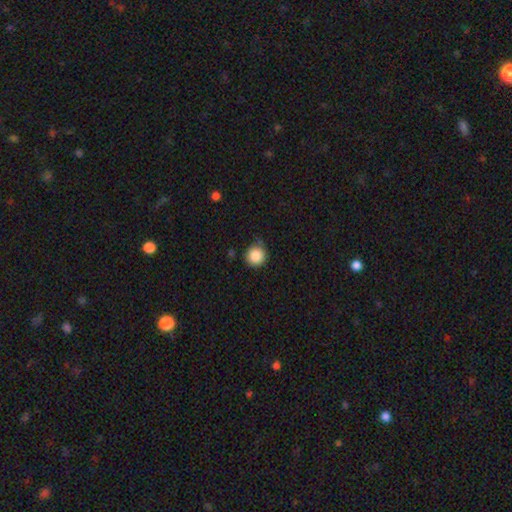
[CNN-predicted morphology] smooth-or-featured: smooth: 86% | star or artifact: 9% | featured or disk: 5%
  how-rounded: round: 95% | in between: 4% | cigar-shaped: 1%
  merging: none: 77% | minor disturbance: 16% | major disturbance: 4% | merger: 3%